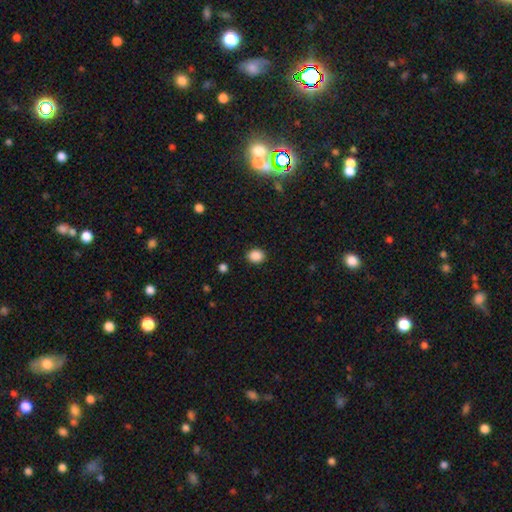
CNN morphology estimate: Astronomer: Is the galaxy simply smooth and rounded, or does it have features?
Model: smooth — 88%.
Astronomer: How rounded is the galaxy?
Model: round — 59% (runner-up: in between, 40%).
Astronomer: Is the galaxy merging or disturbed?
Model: none — 88%.